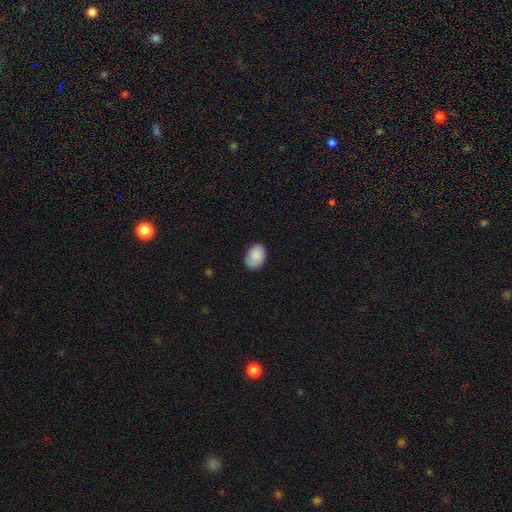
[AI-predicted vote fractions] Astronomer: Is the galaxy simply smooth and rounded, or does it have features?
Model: smooth — 87%.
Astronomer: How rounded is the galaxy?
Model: in between — 81%.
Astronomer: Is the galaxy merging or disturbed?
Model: none — 80%.